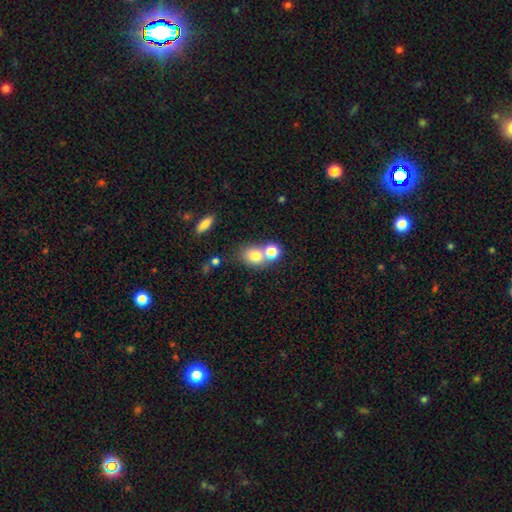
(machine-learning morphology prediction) This is likely a smooth galaxy (76%). How rounded: possibly round (59%). Merging: marginally merger (44%).